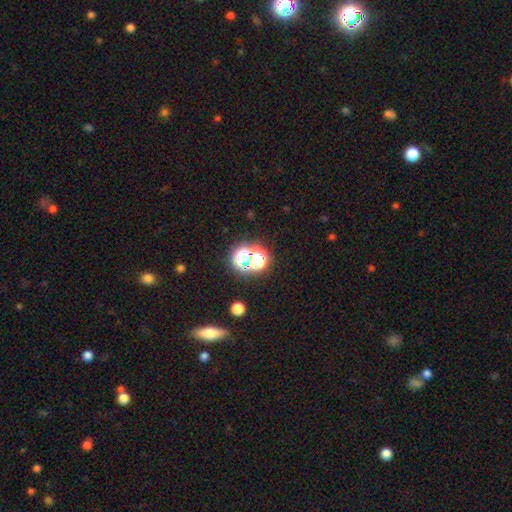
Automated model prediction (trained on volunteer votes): The model was most divided on "smooth or featured": star or artifact: 51%, smooth: 34%, featured or disk: 16%.